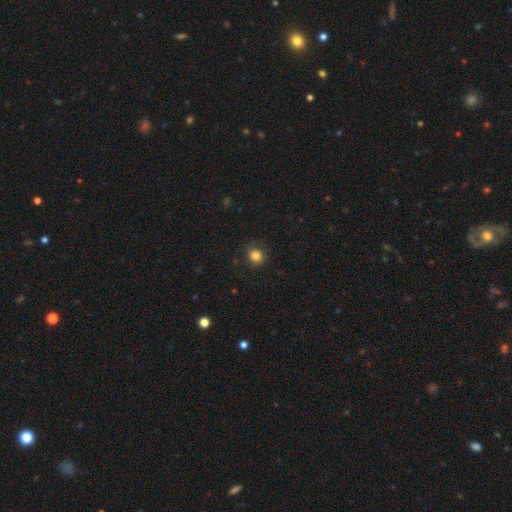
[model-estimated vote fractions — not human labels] Smooth or featured? Predicted: smooth (p=0.83). How rounded? Predicted: round (p=0.78). Merging? Predicted: none (p=0.82).